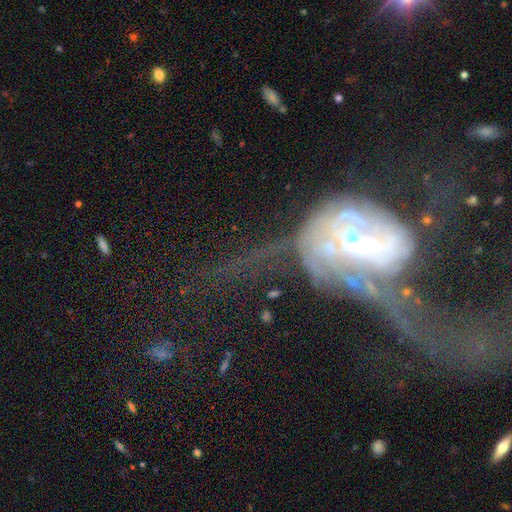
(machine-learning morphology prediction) This is likely a featured or disk galaxy (70%). It is clearly not viewed edge-on (93%). Bar: likely no (73%). Spiral arm pattern: possibly yes (55%). Central bulge: likely moderate (65%). Merging: possibly merger (54%).